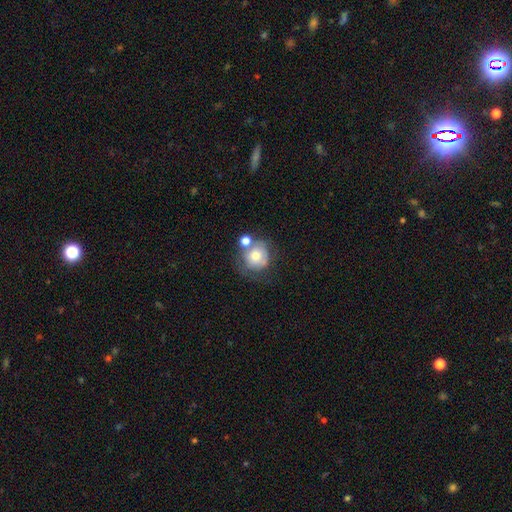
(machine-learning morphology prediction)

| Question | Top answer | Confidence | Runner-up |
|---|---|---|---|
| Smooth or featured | smooth | 64% | featured or disk (26%) |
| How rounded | round | 83% | in between (16%) |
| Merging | none | 39% | merger (32%) |